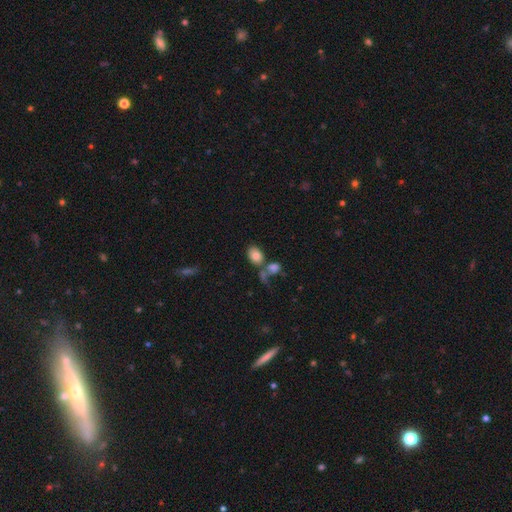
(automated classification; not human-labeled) smooth_or_featured: smooth (p=0.80) [alt: featured or disk p=0.11]
how_rounded: in between (p=0.78) [alt: round p=0.20]
merging: none (p=0.41) [alt: merger p=0.39]